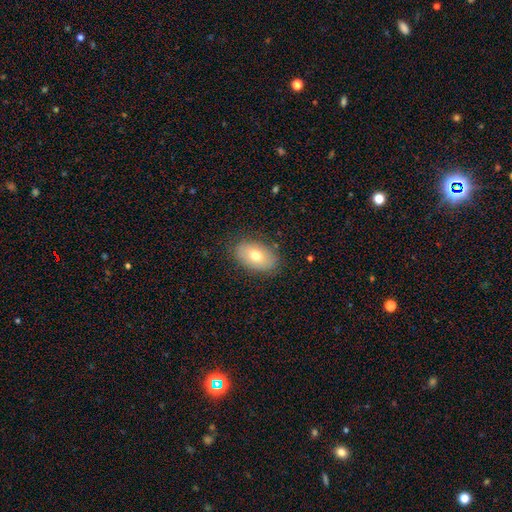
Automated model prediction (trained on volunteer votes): Overall: smooth (70%). How rounded: in between (90%). Merging: none (83%).